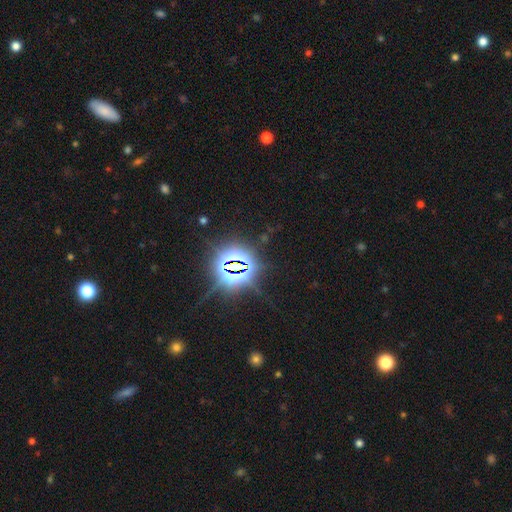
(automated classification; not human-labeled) star or artifact 83%, smooth 10%, featured or disk 7%.